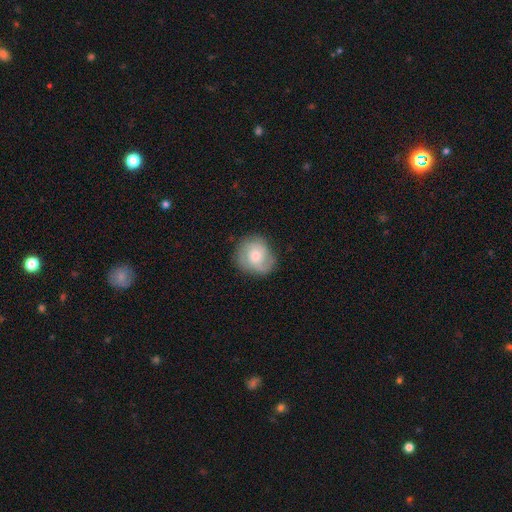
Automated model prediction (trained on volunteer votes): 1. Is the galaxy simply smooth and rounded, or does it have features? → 60% featured or disk, 33% smooth, 7% star or artifact.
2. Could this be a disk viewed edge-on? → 98% no, 2% yes.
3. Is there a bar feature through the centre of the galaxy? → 74% no, 23% weak, 3% strong.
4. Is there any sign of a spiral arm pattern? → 91% yes, 9% no.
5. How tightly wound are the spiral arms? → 47% tight, 40% medium, 13% loose.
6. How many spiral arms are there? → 41% 2, 24% 3, 22% can't tell, 5% 1, 4% 4, 3% more than 4.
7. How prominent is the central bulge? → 50% moderate, 39% small, 7% large, 2% none, 1% dominant.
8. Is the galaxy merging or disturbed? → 77% none, 17% minor disturbance, 6% major disturbance, 1% merger.